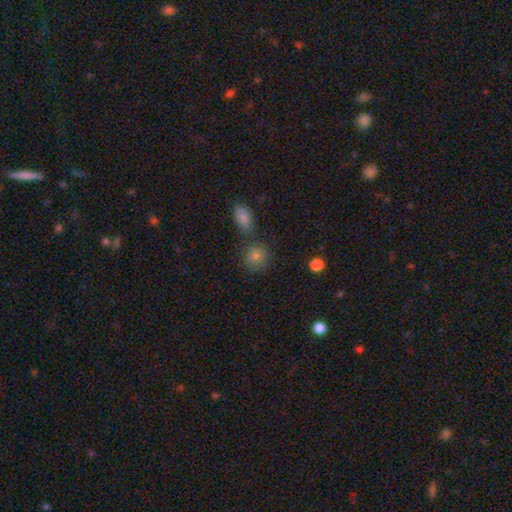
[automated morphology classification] Smooth or featured?
  - smooth: 79% *
  - star or artifact: 13%
  - featured or disk: 8%
How rounded?
  - round: 84% *
  - in between: 15%
  - cigar-shaped: 1%
Merging?
  - none: 67% *
  - merger: 18%
  - minor disturbance: 11%
  - major disturbance: 4%